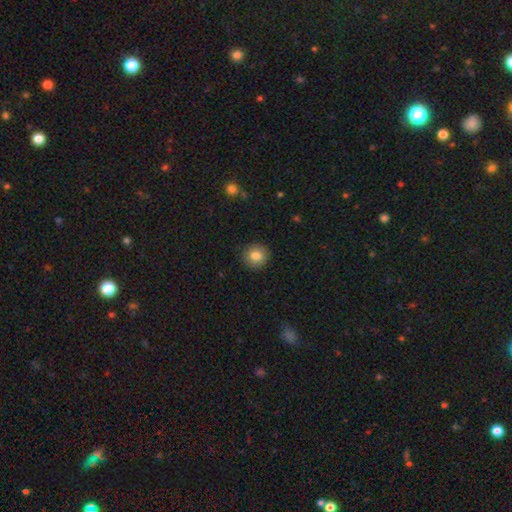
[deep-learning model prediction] Q: Smooth or featured?
A: smooth (82%); runner-up: star or artifact (9%)
Q: How rounded?
A: round (91%); runner-up: in between (8%)
Q: Merging?
A: none (91%); runner-up: minor disturbance (6%)